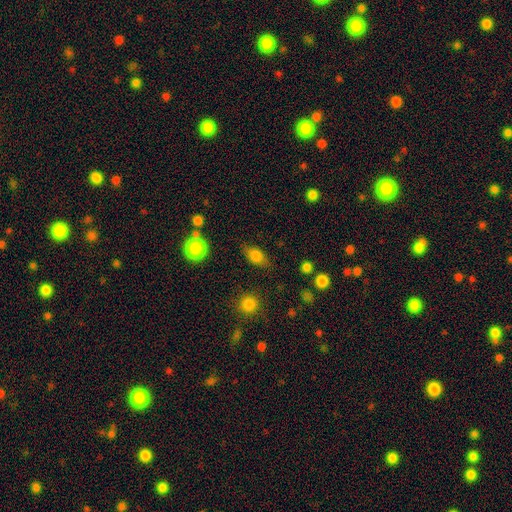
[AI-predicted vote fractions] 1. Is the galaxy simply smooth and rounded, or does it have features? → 79% smooth, 12% featured or disk, 9% star or artifact.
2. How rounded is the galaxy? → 78% in between, 17% round, 5% cigar-shaped.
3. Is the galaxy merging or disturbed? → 78% none, 15% minor disturbance, 5% major disturbance, 3% merger.